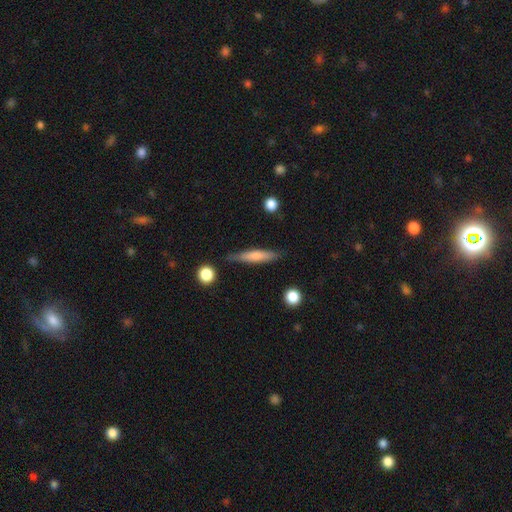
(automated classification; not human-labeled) This is likely a smooth galaxy (63%). How rounded: clearly cigar-shaped (87%). Merging: likely none (80%).